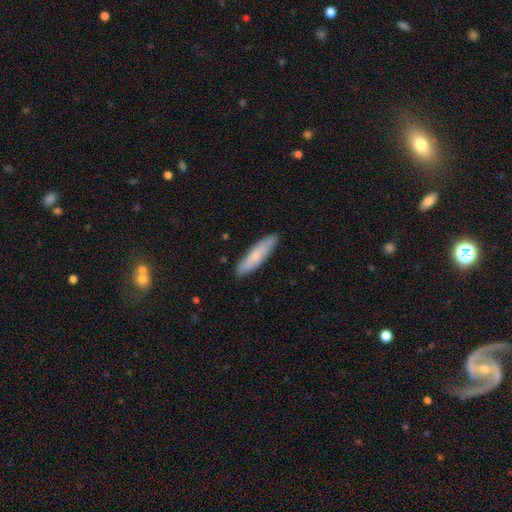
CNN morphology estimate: The model was most divided on "smooth or featured": smooth: 71%, featured or disk: 24%, star or artifact: 6%. More confident: merging — none (88%); how rounded — cigar-shaped (78%).